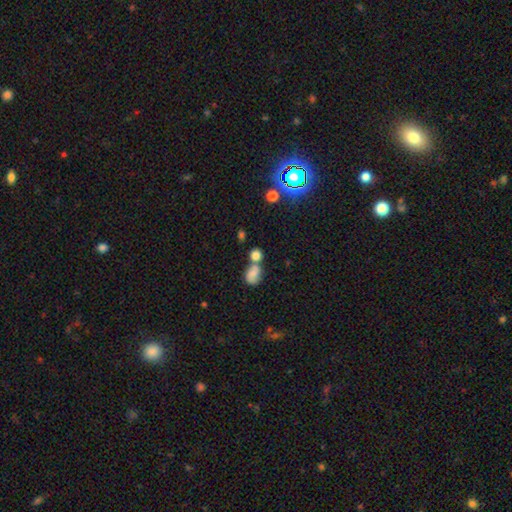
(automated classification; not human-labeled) Overall: smooth (75%). How rounded: round (63%; in between 35%). Merging: merger (47%; none 38%).